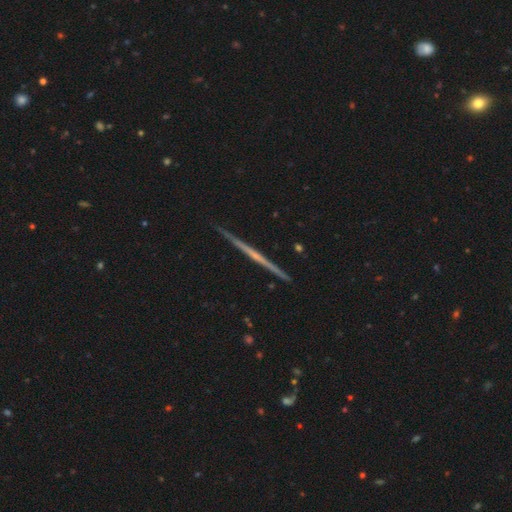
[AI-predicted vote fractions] Smooth or featured? featured or disk (76%)
Edge-on disk? yes (99%)
Edge-on bulge? none (72%)
Merging? none (92%)